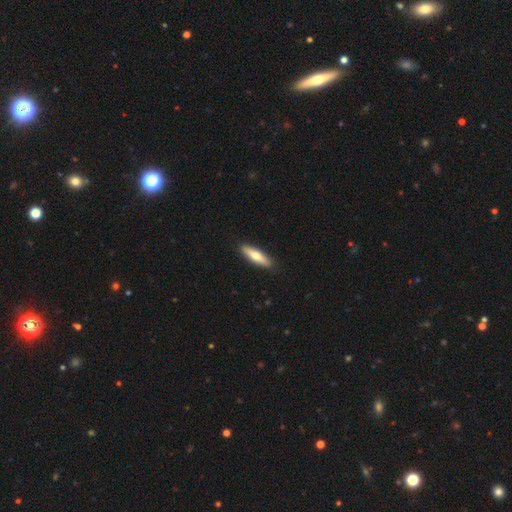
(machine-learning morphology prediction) smooth 63%, featured or disk 32%, star or artifact 5%. Down the decision tree: how rounded — cigar-shaped (69%); merging — none (90%).